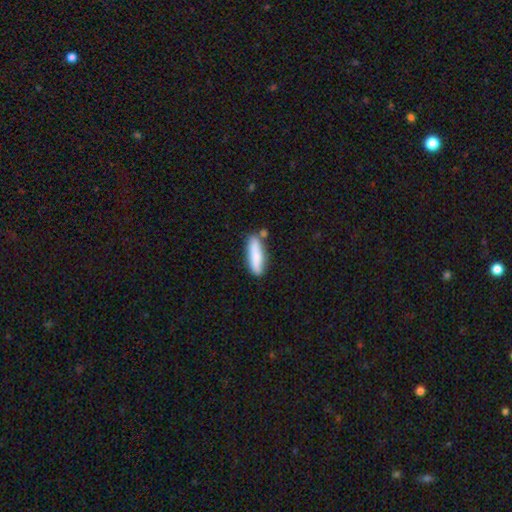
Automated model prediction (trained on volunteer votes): Smooth or featured?
  - smooth: 79% *
  - featured or disk: 16%
  - star or artifact: 6%
How rounded?
  - cigar-shaped: 68% *
  - in between: 31%
  - round: 2%
Merging?
  - none: 74% *
  - minor disturbance: 15%
  - merger: 8%
  - major disturbance: 3%